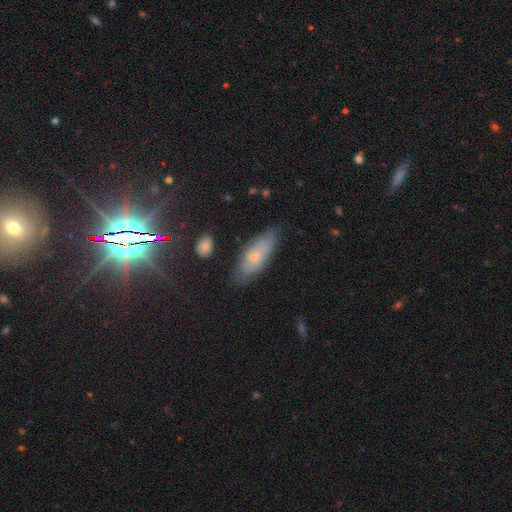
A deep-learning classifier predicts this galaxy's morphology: Smooth or featured? Predicted: smooth (p=0.65). How rounded? Predicted: in between (p=0.65). Merging? Predicted: none (p=0.78).